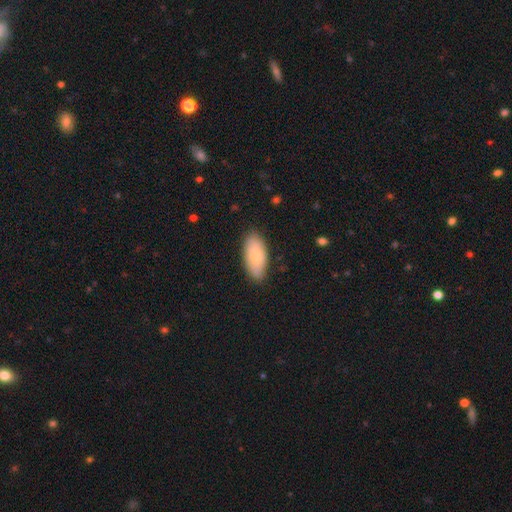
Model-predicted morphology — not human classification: Smooth or featured? smooth (72%)
How rounded? in between (91%)
Merging? none (84%)